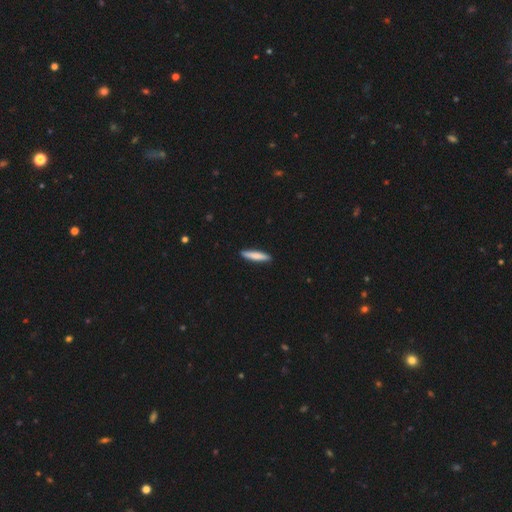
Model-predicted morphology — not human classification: Smooth or featured?
  - smooth: 79% *
  - featured or disk: 16%
  - star or artifact: 5%
How rounded?
  - cigar-shaped: 90% *
  - in between: 9%
  - round: 1%
Merging?
  - none: 90% *
  - minor disturbance: 7%
  - major disturbance: 1%
  - merger: 1%